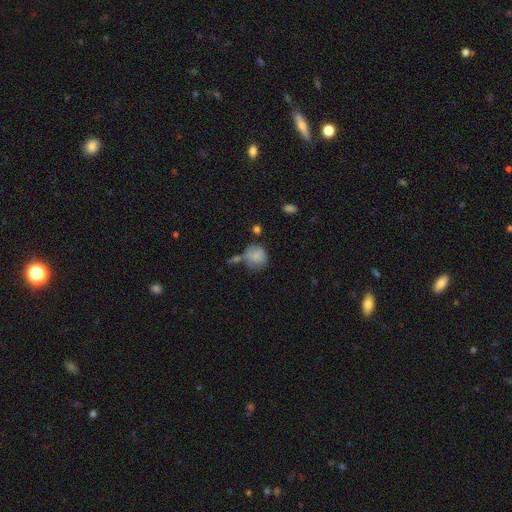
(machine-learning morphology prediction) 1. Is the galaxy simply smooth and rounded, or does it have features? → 79% smooth, 12% featured or disk, 9% star or artifact.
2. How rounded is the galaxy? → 71% round, 28% in between, 1% cigar-shaped.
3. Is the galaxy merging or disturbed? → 41% none, 24% minor disturbance, 23% merger, 12% major disturbance.